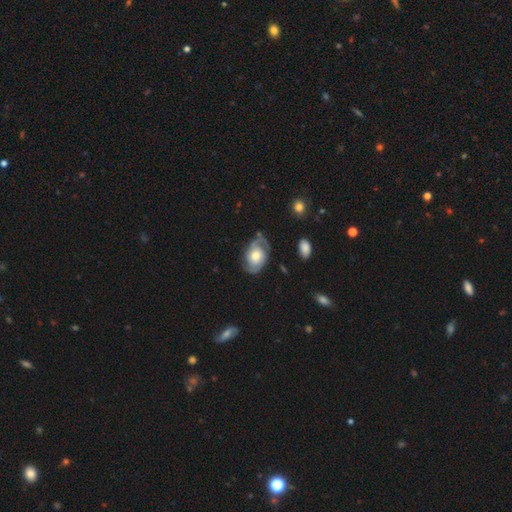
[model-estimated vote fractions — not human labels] Smooth or featured: featured or disk — 75% (smooth — 19%)
Edge-on disk: no — 97% (yes — 3%)
Bar: no — 73% (weak — 23%)
Spiral arms: yes — 91% (no — 9%)
Spiral winding: tight — 44% (medium — 40%)
Spiral arm count: 2 — 73% (can't tell — 12%)
Bulge size: moderate — 61% (large — 21%)
Merging: none — 66% (minor disturbance — 22%)